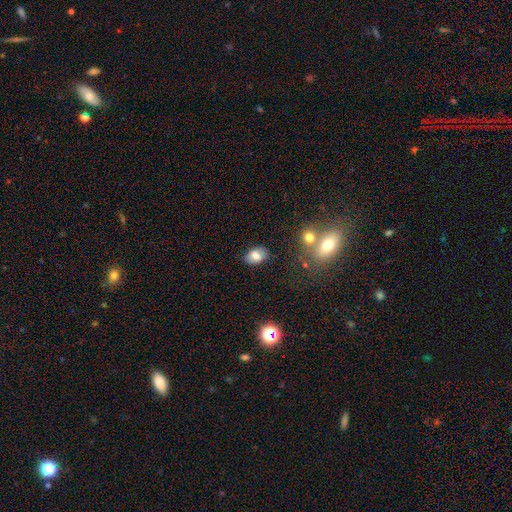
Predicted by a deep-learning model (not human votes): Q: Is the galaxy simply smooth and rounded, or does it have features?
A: smooth — 79%.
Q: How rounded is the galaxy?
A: in between — 83%.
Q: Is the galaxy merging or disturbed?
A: none — 79%.